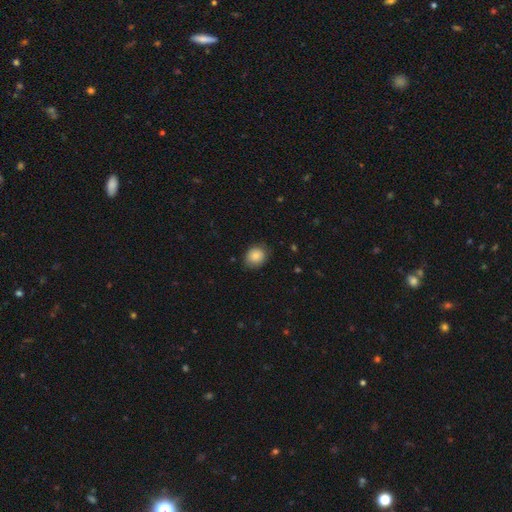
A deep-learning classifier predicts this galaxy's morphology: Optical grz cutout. It shows a smooth galaxy with no disk features (84%) that is round (68%). Merging: none (77%).